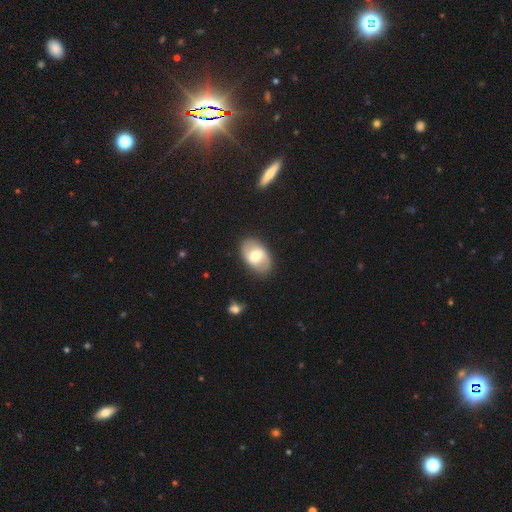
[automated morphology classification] This is possibly a smooth galaxy (55%). How rounded: clearly in between (88%). Merging: clearly none (85%).